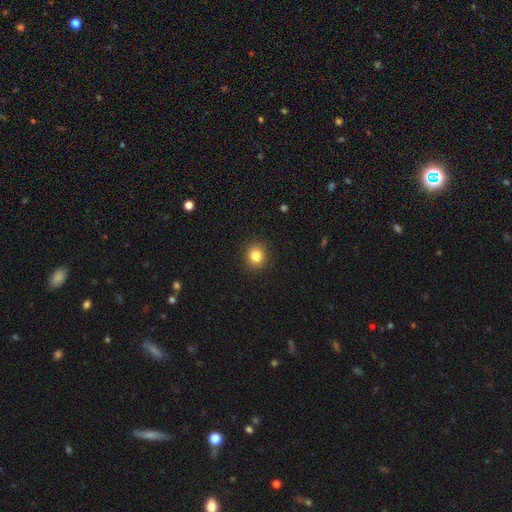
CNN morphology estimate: A smooth galaxy with no disk features (84%) that is round (88%). Merging: none (92%).